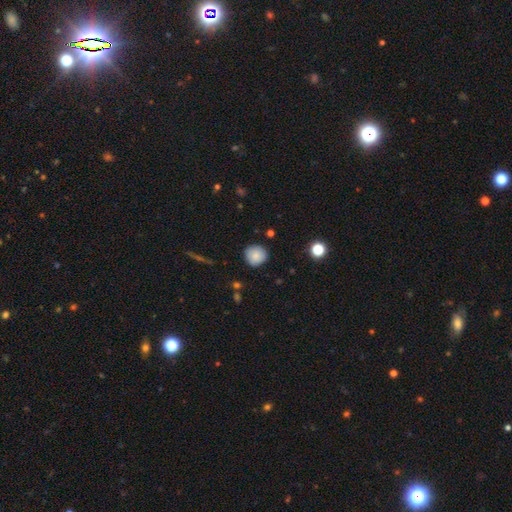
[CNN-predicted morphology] Overall: smooth (84%). How rounded: round (92%). Merging: none (87%).